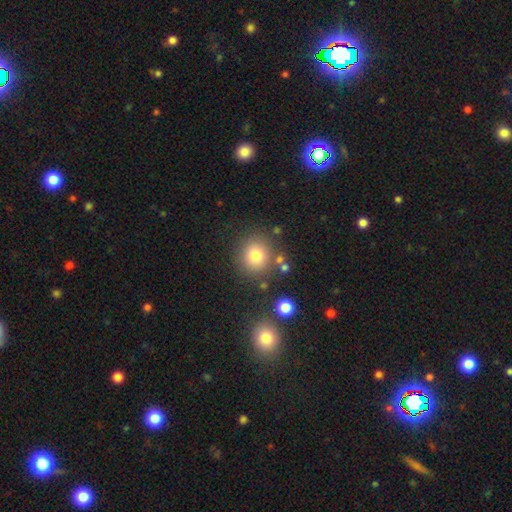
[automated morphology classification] This is likely a smooth galaxy (77%). How rounded: clearly round (89%). Merging: clearly none (80%).